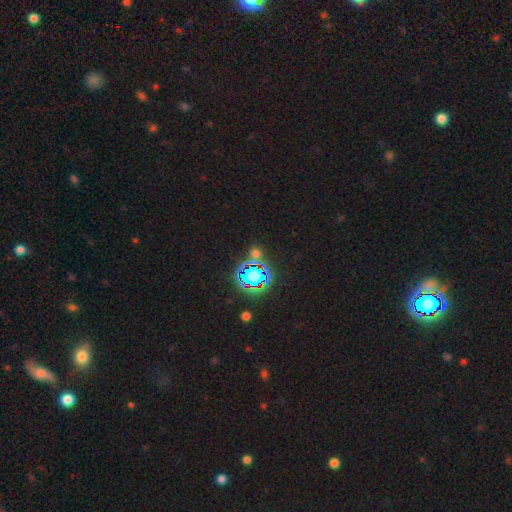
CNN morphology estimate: smooth-or-featured: star or artifact: 73% | smooth: 19% | featured or disk: 8%